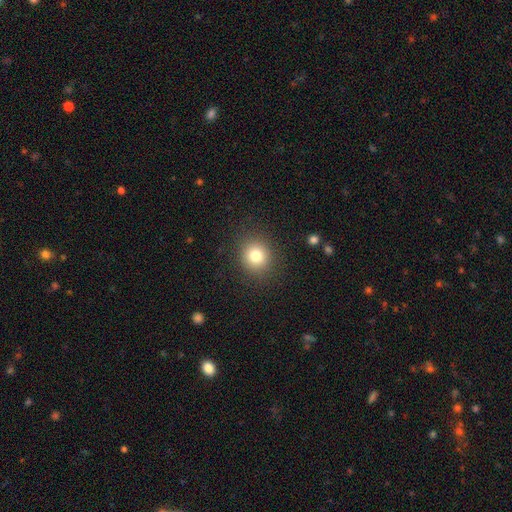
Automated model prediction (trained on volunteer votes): This appears to be a smooth galaxy with no disk features (80%) that is round (84%). Merging: none (89%).